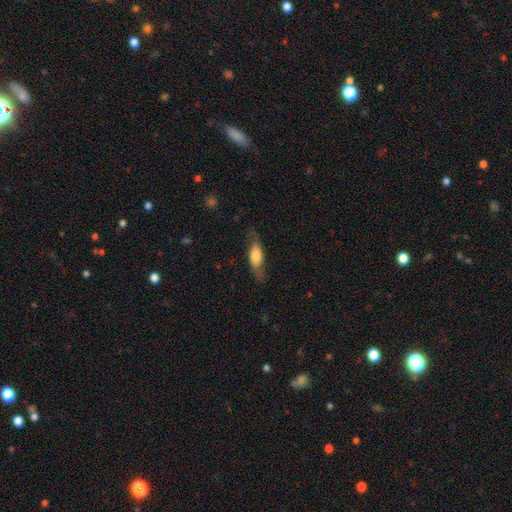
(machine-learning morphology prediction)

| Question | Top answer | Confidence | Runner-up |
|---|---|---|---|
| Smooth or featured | smooth | 57% | featured or disk (36%) |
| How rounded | in between | 63% | cigar-shaped (34%) |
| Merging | none | 69% | minor disturbance (20%) |